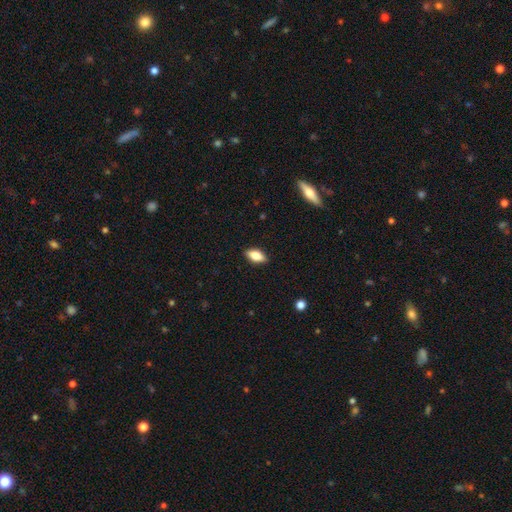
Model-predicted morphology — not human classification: smooth_or_featured: smooth (p=0.78) [alt: featured or disk p=0.15]
how_rounded: in between (p=0.87) [alt: cigar-shaped p=0.10]
merging: none (p=0.89) [alt: minor disturbance p=0.08]